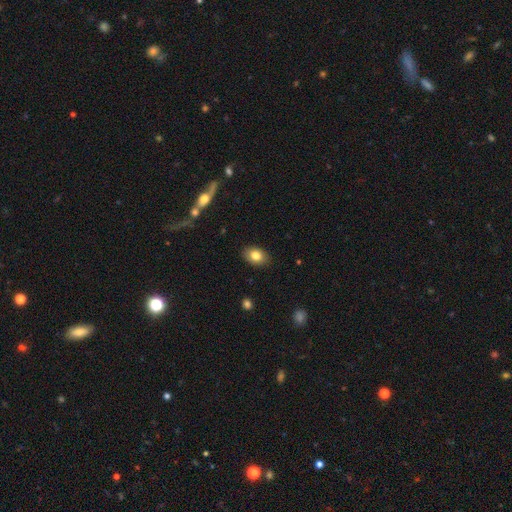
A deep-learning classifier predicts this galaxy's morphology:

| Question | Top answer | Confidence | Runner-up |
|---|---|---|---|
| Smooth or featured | smooth | 81% | featured or disk (11%) |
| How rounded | in between | 81% | round (18%) |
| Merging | none | 88% | minor disturbance (9%) |